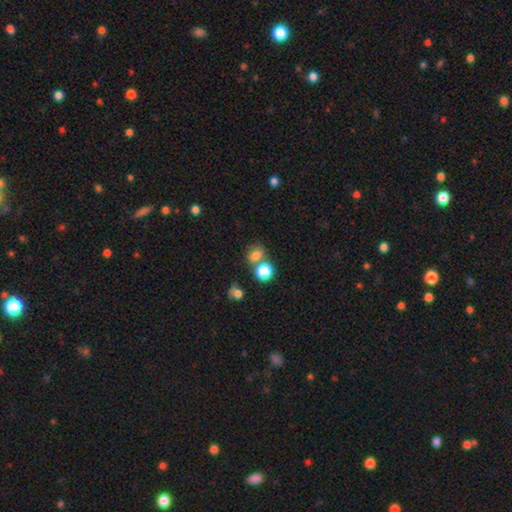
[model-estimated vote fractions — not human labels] Smooth or featured? Predicted: smooth (p=0.77). How rounded? Predicted: in between (p=0.52). Merging? Predicted: none (p=0.53).